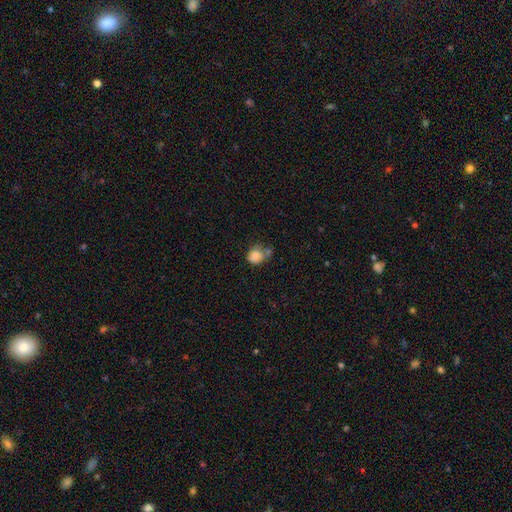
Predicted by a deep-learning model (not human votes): Smooth or featured? Predicted: smooth (p=0.82). How rounded? Predicted: round (p=0.72). Merging? Predicted: none (p=0.44).